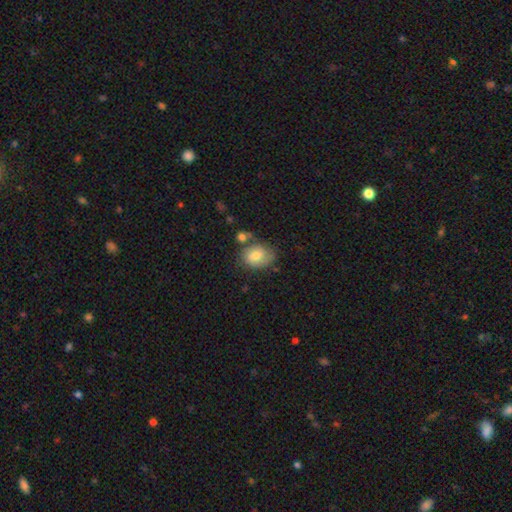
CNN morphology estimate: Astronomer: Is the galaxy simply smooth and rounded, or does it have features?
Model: smooth — 70%.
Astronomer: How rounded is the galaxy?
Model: in between — 56% (runner-up: round, 43%).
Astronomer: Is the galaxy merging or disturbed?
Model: none — 57%.